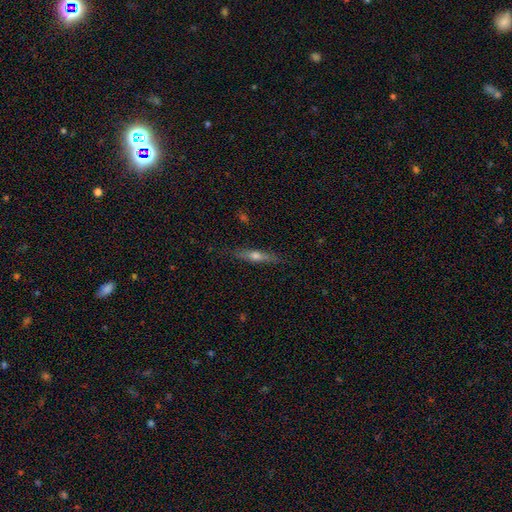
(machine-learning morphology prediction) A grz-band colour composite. It shows a featured or disk galaxy (51%) viewed edge-on (92%). Merging: none (85%).